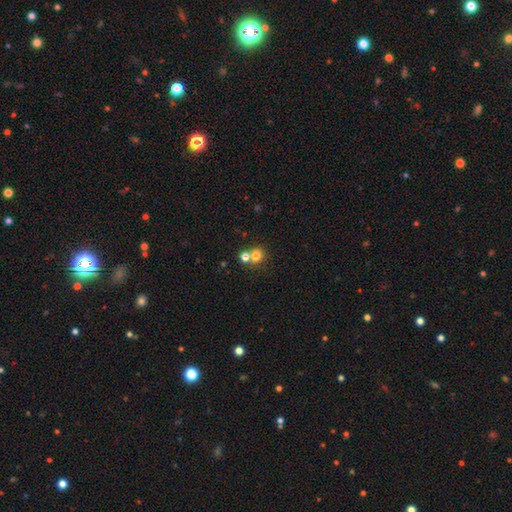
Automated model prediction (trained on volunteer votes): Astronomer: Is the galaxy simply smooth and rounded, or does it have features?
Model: smooth — 76%.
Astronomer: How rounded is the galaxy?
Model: round — 82%.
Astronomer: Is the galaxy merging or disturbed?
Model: none — 49% (runner-up: merger, 42%).